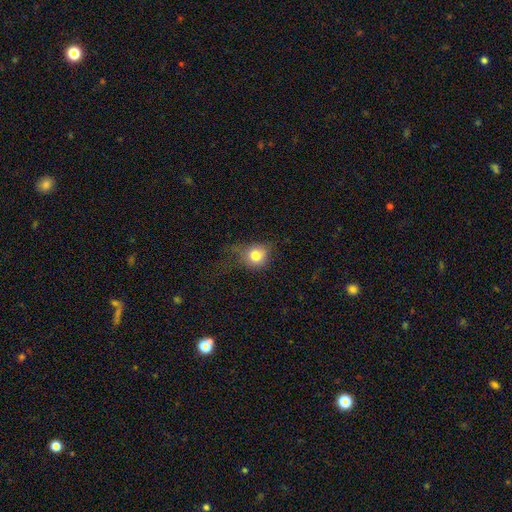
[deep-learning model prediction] The model was most divided on "merging": none: 41%, minor disturbance: 29%, major disturbance: 27%, merger: 2%. More confident: how rounded — round (78%); smooth or featured — smooth (76%).